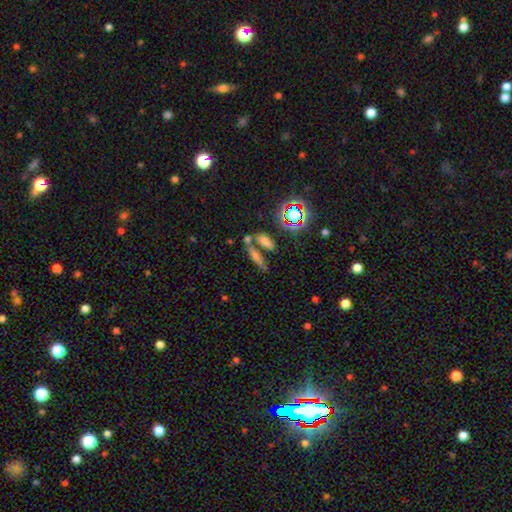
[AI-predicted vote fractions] Smooth or featured?
  - smooth: 55% *
  - featured or disk: 24%
  - star or artifact: 22%
How rounded?
  - cigar-shaped: 66% *
  - in between: 27%
  - round: 7%
Merging?
  - none: 53% *
  - merger: 32%
  - minor disturbance: 10%
  - major disturbance: 5%